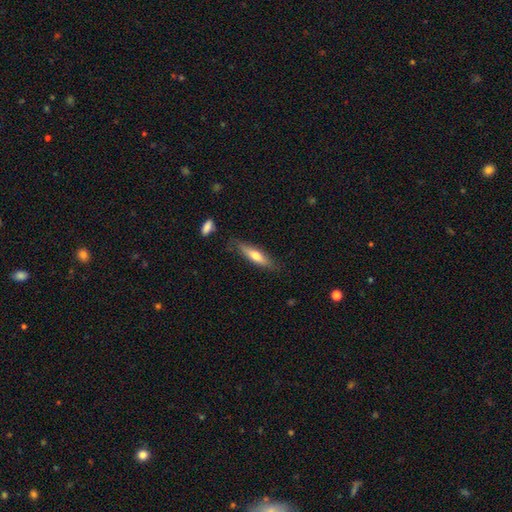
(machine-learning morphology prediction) Smooth or featured? smooth (59%)
How rounded? cigar-shaped (74%)
Merging? none (78%)